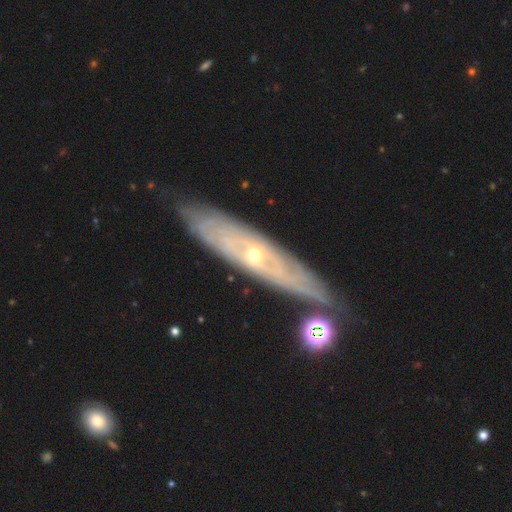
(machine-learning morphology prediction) A featured or disk galaxy (80%). Merging: none (78%).